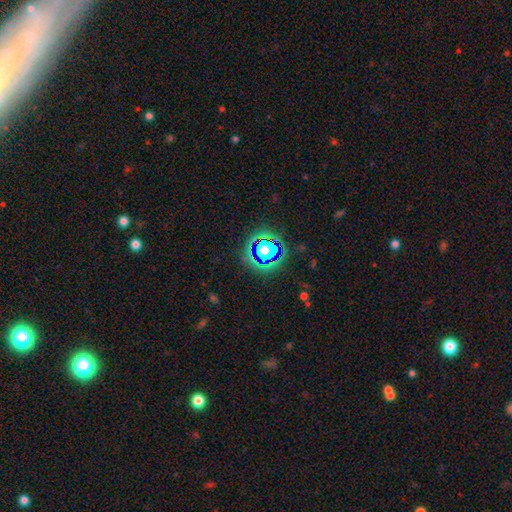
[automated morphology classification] Smooth or featured?
  - star or artifact: 77% *
  - smooth: 15%
  - featured or disk: 8%